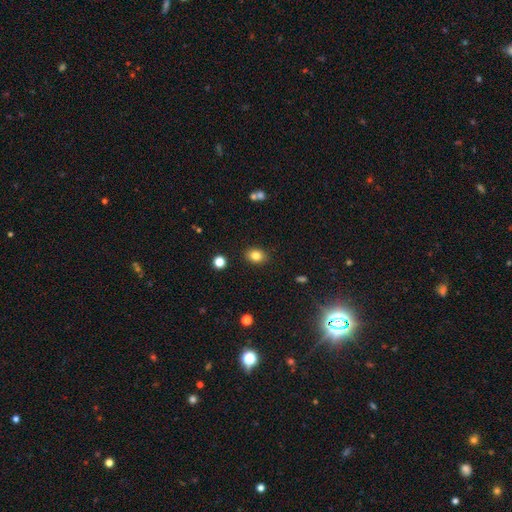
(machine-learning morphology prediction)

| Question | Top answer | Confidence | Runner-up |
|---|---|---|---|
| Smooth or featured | smooth | 82% | star or artifact (11%) |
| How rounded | in between | 56% | round (44%) |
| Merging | none | 88% | minor disturbance (8%) |